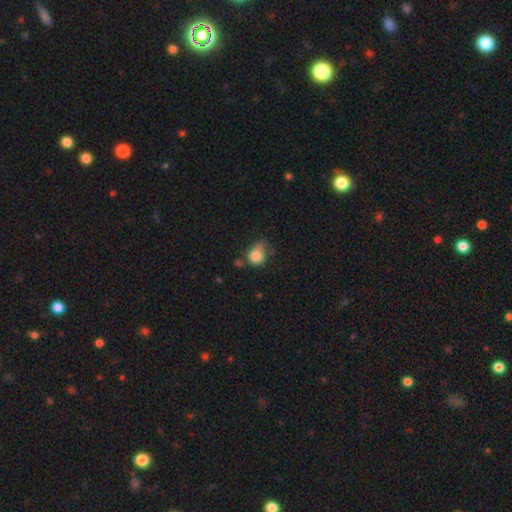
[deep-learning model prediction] Q: Smooth or featured?
A: smooth (81%); runner-up: star or artifact (10%)
Q: How rounded?
A: round (72%); runner-up: in between (27%)
Q: Merging?
A: none (42%); runner-up: minor disturbance (33%)